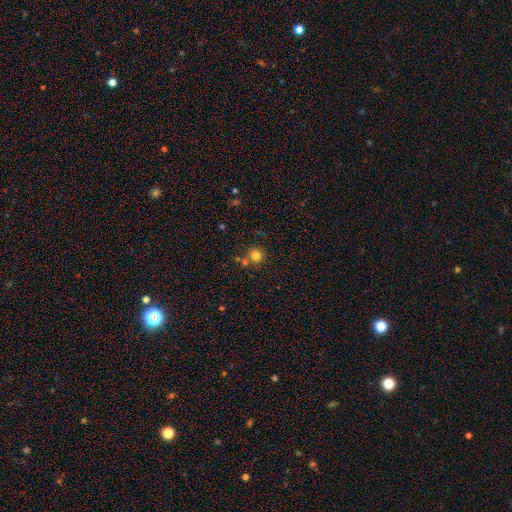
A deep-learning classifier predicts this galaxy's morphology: A smooth galaxy with no disk features (80%) that is round (92%).

Vote fractions:
- Smooth or featured? smooth: 80% / star or artifact: 13% / featured or disk: 7%
- How rounded? round: 92% / in between: 7% / cigar-shaped: 1%
- Merging? none: 71% / merger: 17% / minor disturbance: 9% / major disturbance: 3%